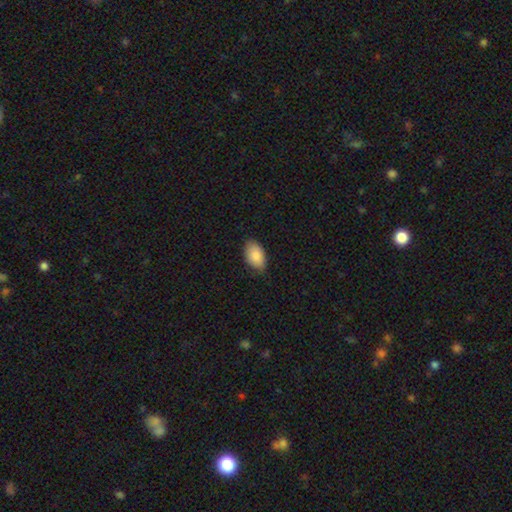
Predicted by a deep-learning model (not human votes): Smooth or featured? smooth (88%)
How rounded? in between (93%)
Merging? none (79%)